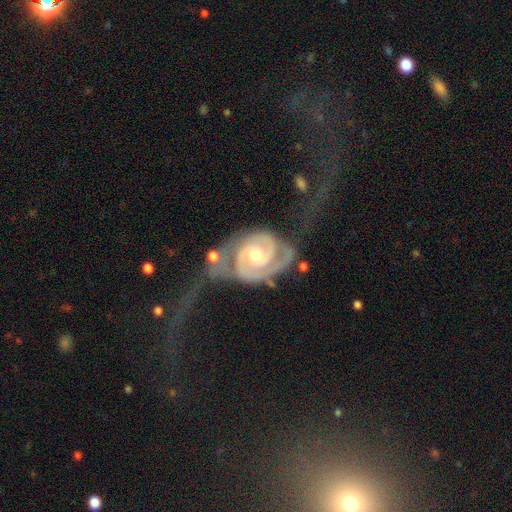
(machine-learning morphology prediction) type=featured or disk (92%); edge-on=no (98%); bar=no (56%); spiral arms=yes (98%); winding=tight (63%); arm count=2 (77%); bulge=moderate (65%); merging=major disturbance (37%).